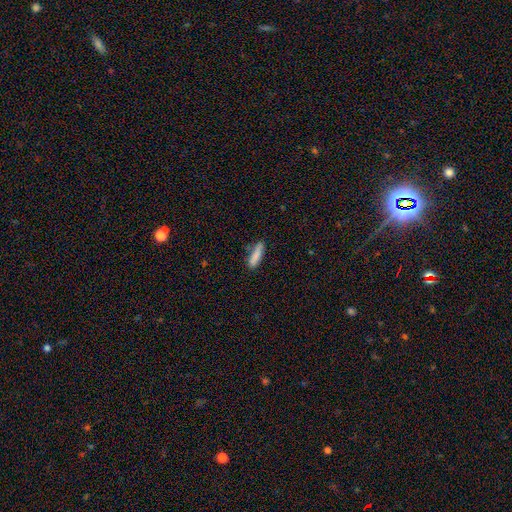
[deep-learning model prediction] A smooth galaxy with no disk features (85%) that is cigar-shaped (73%).

Vote fractions:
- Smooth or featured? smooth: 85% / featured or disk: 8% / star or artifact: 7%
- How rounded? cigar-shaped: 73% / in between: 25% / round: 2%
- Merging? none: 75% / minor disturbance: 18% / major disturbance: 3% / merger: 3%